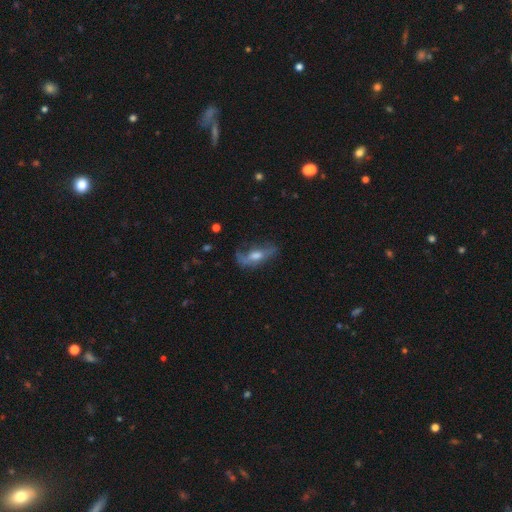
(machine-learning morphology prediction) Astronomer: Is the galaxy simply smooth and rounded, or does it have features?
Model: featured or disk — 54% (runner-up: smooth, 36%).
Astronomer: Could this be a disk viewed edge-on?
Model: no — 57% (runner-up: yes, 43%).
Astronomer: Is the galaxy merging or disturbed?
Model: none — 51% (runner-up: minor disturbance, 27%).